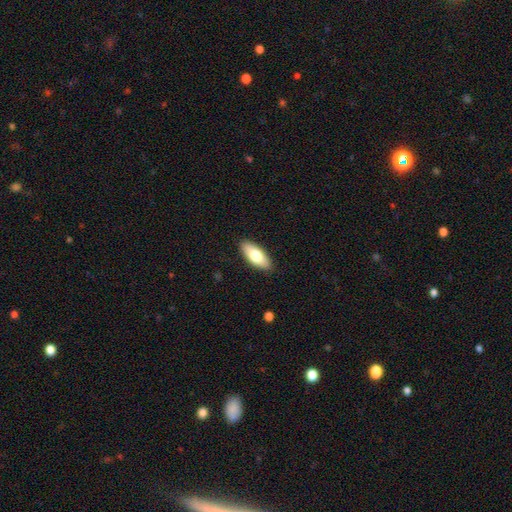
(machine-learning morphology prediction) smooth 75%, featured or disk 19%, star or artifact 6%. Down the decision tree: how rounded — in between (81%); merging — none (89%).